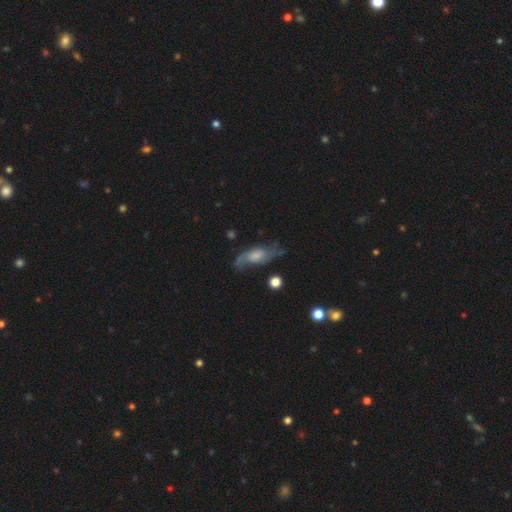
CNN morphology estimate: The model was most divided on "bulge size": moderate: 33%, small: 32%, none: 20%, large: 13%, dominant: 2%. More confident: spiral arms — yes (90%); edge-on disk — no (86%); spiral arm count — 2 (84%); smooth or featured — featured or disk (69%); spiral winding — loose (61%); merging — none (60%); bar — no (53%).